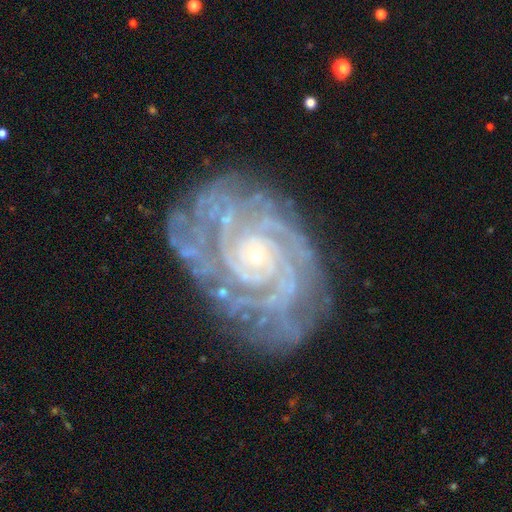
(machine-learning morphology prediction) Q: Smooth or featured?
A: featured or disk (90%); runner-up: star or artifact (6%)
Q: Edge-on disk?
A: no (97%); runner-up: yes (3%)
Q: Bar?
A: no (77%); runner-up: weak (16%)
Q: Spiral arms?
A: yes (98%); runner-up: no (2%)
Q: Spiral winding?
A: tight (80%); runner-up: medium (17%)
Q: Spiral arm count?
A: 2 (24%); tied with: can't tell (24%)
Q: Bulge size?
A: small (82%); runner-up: moderate (13%)
Q: Merging?
A: none (75%); runner-up: minor disturbance (17%)